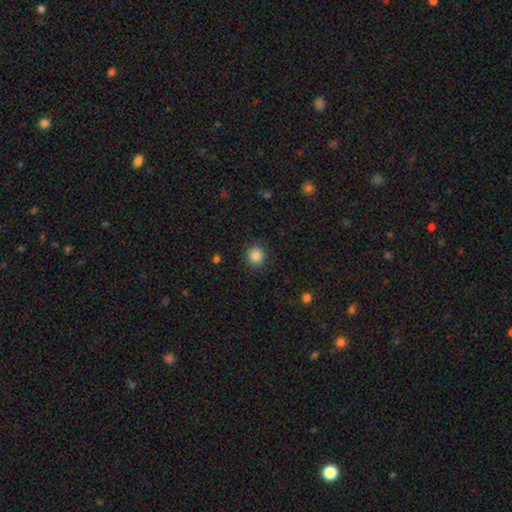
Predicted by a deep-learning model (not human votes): Overall: smooth (86%). How rounded: round (93%). Merging: none (90%).